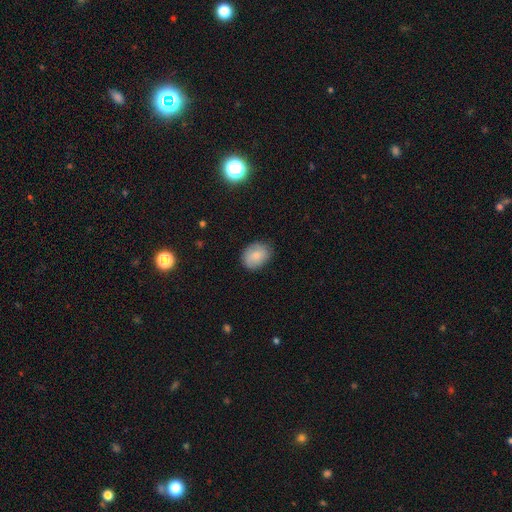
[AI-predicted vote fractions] A smooth galaxy with no disk features (82%) that is in between round and cigar-shaped (60%).

Vote fractions:
- Smooth or featured? smooth: 82% / featured or disk: 11% / star or artifact: 7%
- How rounded? in between: 60% / round: 39% / cigar-shaped: 1%
- Merging? none: 80% / minor disturbance: 16% / major disturbance: 3% / merger: 1%